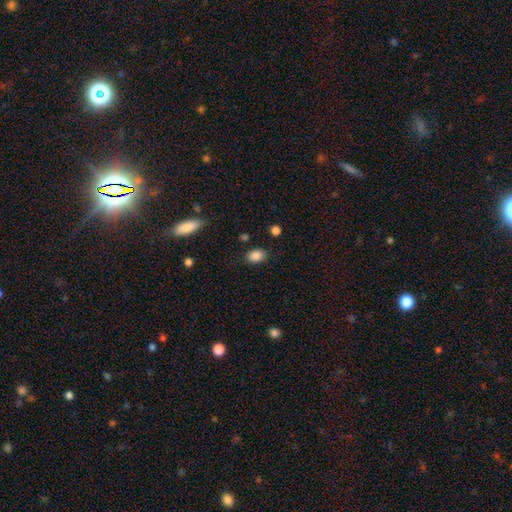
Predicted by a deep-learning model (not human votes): Smooth or featured?
  - smooth: 87% *
  - star or artifact: 9%
  - featured or disk: 4%
How rounded?
  - in between: 82% *
  - round: 17%
  - cigar-shaped: 1%
Merging?
  - none: 83% *
  - minor disturbance: 11%
  - major disturbance: 3%
  - merger: 2%